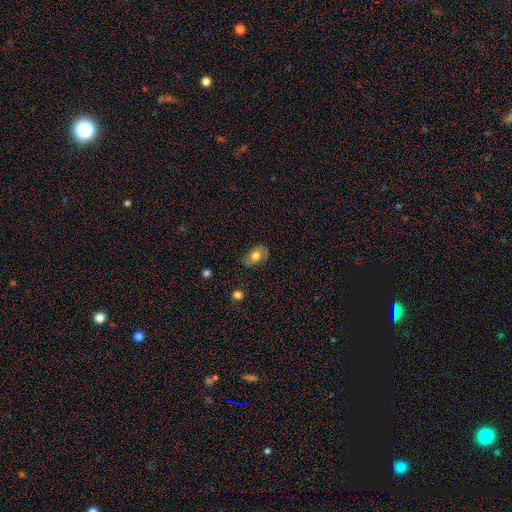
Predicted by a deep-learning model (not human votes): This is likely a smooth galaxy (72%). How rounded: clearly in between (84%). Merging: likely none (72%).